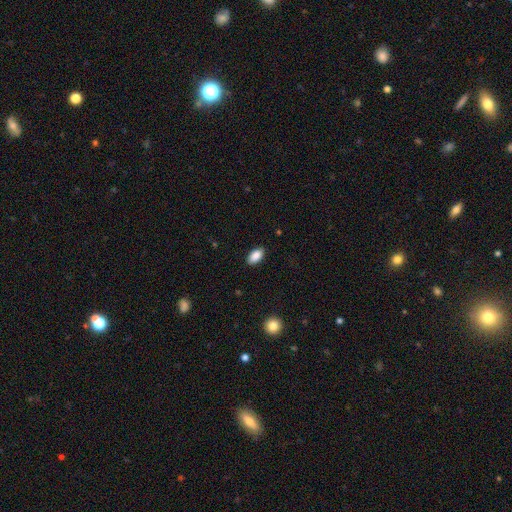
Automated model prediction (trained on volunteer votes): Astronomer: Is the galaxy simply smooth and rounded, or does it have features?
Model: smooth — 88%.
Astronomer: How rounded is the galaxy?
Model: in between — 93%.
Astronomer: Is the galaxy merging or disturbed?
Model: none — 88%.